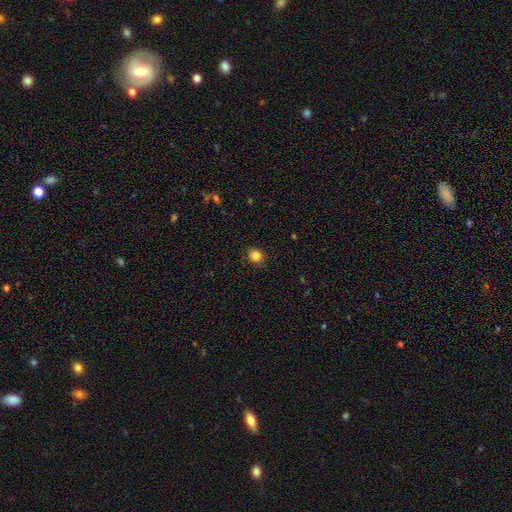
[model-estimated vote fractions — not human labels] A smooth galaxy with no disk features (84%) that is round (79%).

Vote fractions:
- Smooth or featured? smooth: 84% / star or artifact: 11% / featured or disk: 4%
- How rounded? round: 79% / in between: 20% / cigar-shaped: 1%
- Merging? none: 90% / minor disturbance: 7% / major disturbance: 2% / merger: 1%